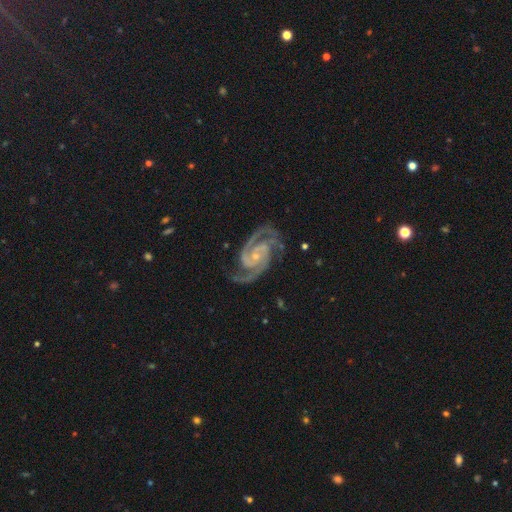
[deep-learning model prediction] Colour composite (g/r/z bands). It shows a featured or disk galaxy (95%) with no bar (58%), 2 (79%) medium (54%) spiral arms (99%) and a small central bulge (76%). Merging: none (77%).